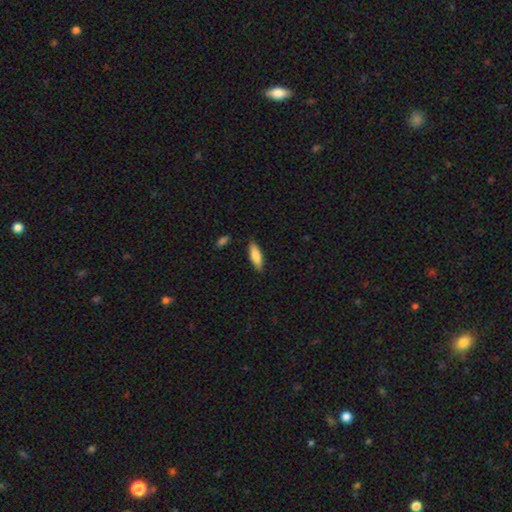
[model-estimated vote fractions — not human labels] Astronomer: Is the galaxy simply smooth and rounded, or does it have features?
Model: smooth — 80%.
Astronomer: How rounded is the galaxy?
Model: cigar-shaped — 49%, tied with in between at 49%.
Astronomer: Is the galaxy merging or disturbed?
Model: none — 87%.